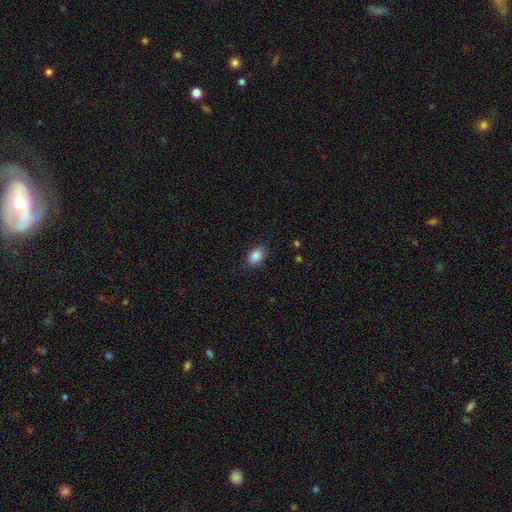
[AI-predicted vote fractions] Smooth or featured? Predicted: smooth (p=0.87). How rounded? Predicted: in between (p=0.78). Merging? Predicted: none (p=0.84).